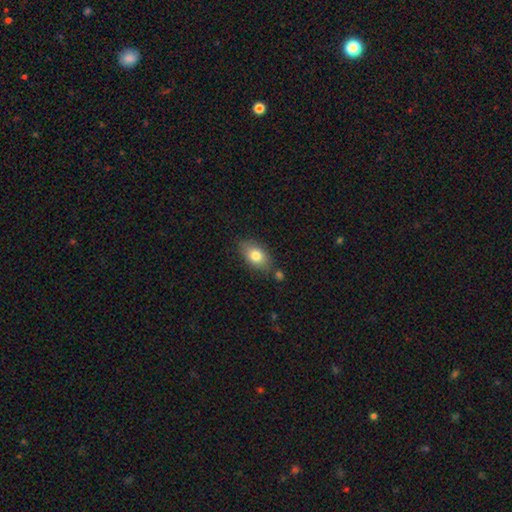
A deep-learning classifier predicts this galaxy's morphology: This is likely a smooth galaxy (79%). How rounded: clearly in between (86%). Merging: likely none (72%).